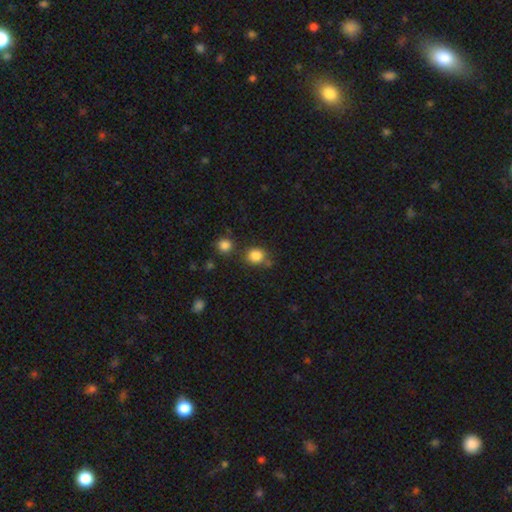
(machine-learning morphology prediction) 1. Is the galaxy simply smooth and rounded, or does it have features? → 84% smooth, 11% star or artifact, 5% featured or disk.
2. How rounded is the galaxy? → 75% round, 24% in between, 1% cigar-shaped.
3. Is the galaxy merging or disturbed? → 71% none, 13% minor disturbance, 11% merger, 4% major disturbance.